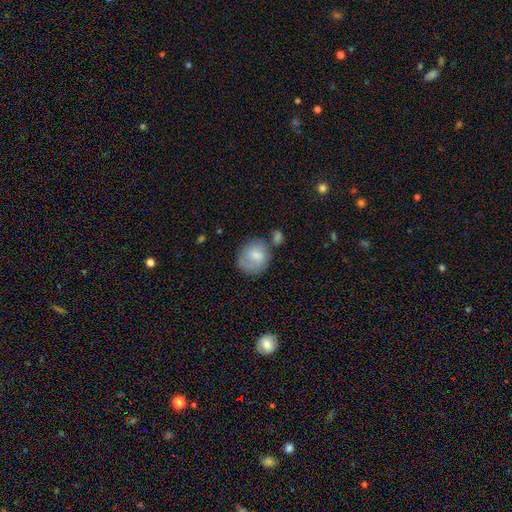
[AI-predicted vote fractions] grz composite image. It shows a smooth galaxy with no disk features (71%) that is round (74%). Merging: none (51%).